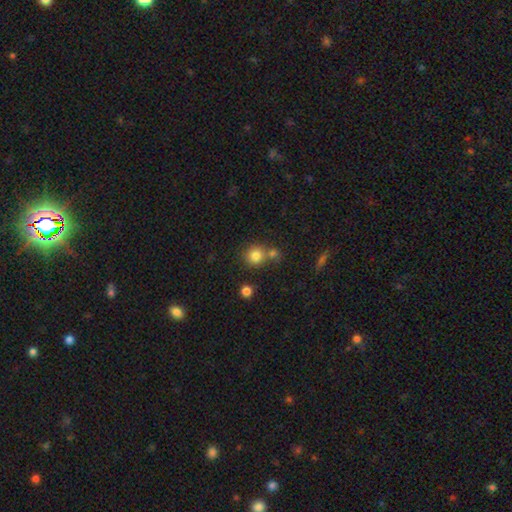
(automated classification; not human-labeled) Q: Smooth or featured?
A: smooth (81%); runner-up: star or artifact (12%)
Q: How rounded?
A: round (88%); runner-up: in between (11%)
Q: Merging?
A: none (61%); runner-up: merger (27%)